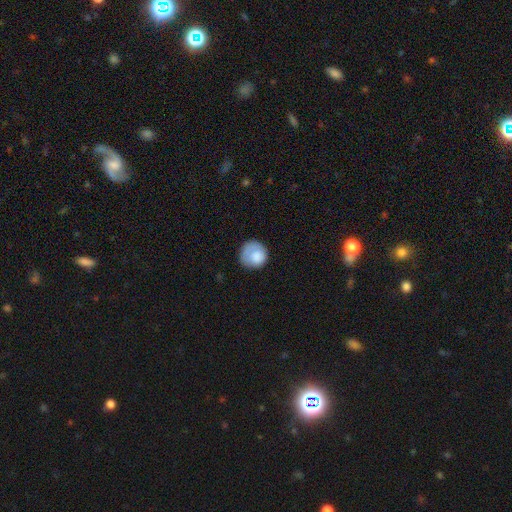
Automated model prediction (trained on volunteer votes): smooth_or_featured: smooth (p=0.81) [alt: featured or disk p=0.12]
how_rounded: round (p=0.87) [alt: in between p=0.12]
merging: none (p=0.63) [alt: minor disturbance p=0.23]